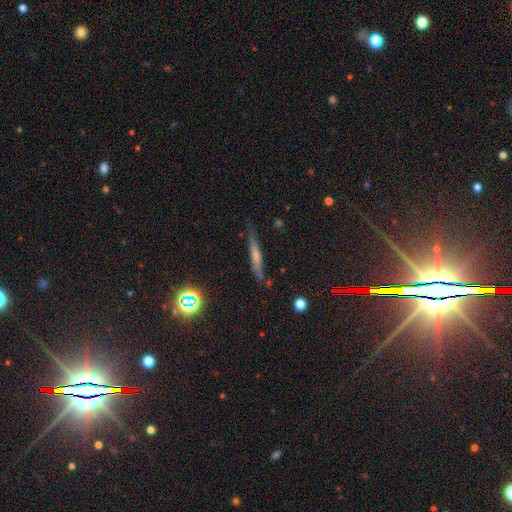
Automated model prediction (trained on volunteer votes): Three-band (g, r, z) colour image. It shows a featured or disk galaxy (45%). Merging: none (76%).